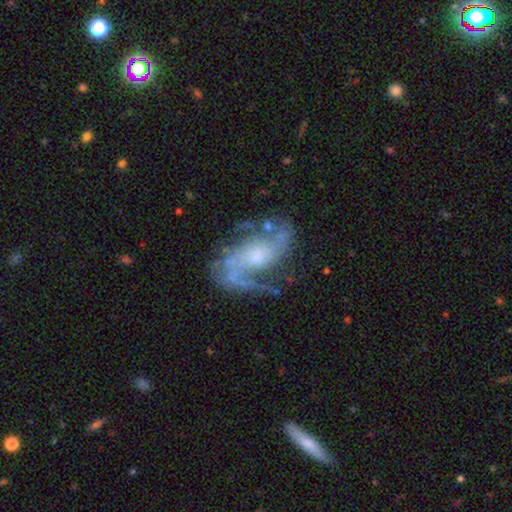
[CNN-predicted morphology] Q: Smooth or featured?
A: featured or disk (88%); runner-up: smooth (6%)
Q: Edge-on disk?
A: no (97%); runner-up: yes (3%)
Q: Bar?
A: no (53%); runner-up: weak (36%)
Q: Spiral arms?
A: yes (96%); runner-up: no (4%)
Q: Spiral winding?
A: medium (47%); runner-up: loose (38%)
Q: Spiral arm count?
A: 2 (81%); runner-up: 1 (6%)
Q: Bulge size?
A: moderate (43%); runner-up: small (41%)
Q: Merging?
A: none (61%); runner-up: minor disturbance (19%)